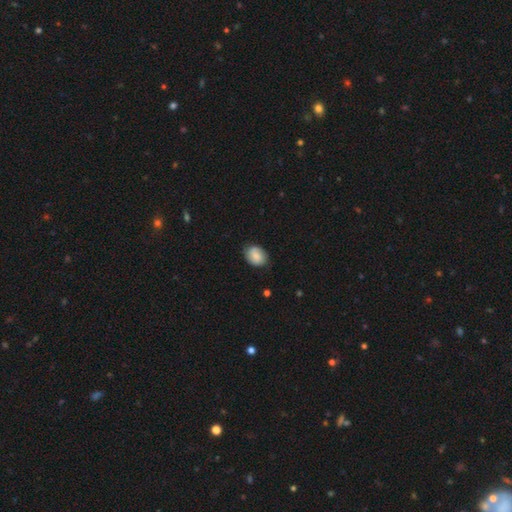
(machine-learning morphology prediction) This appears to be a smooth galaxy with no disk features (78%) that is in between round and cigar-shaped (62%). Merging: none (78%).